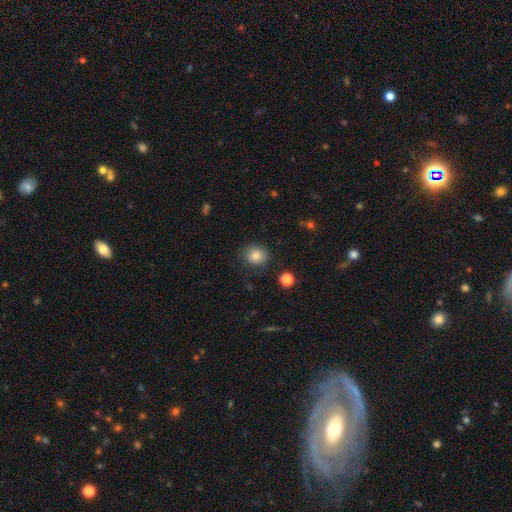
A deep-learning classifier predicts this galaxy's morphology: smooth_or_featured: smooth (p=0.83) [alt: star or artifact p=0.10]
how_rounded: round (p=0.81) [alt: in between p=0.18]
merging: none (p=0.81) [alt: minor disturbance p=0.13]